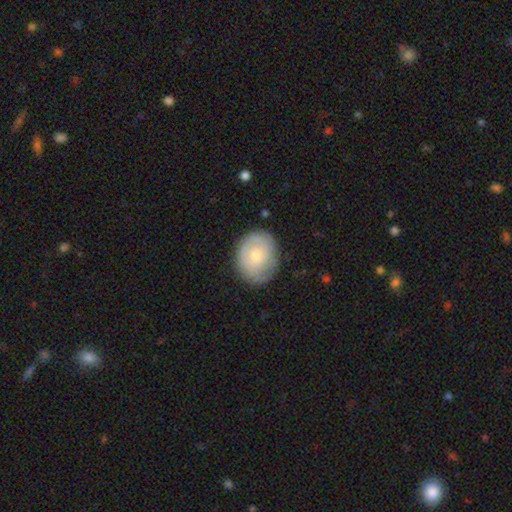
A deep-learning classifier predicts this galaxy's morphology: smooth-or-featured: smooth: 57% | featured or disk: 37% | star or artifact: 6%
  how-rounded: in between: 52% | round: 47% | cigar-shaped: 1%
  merging: none: 77% | minor disturbance: 17% | major disturbance: 4% | merger: 1%